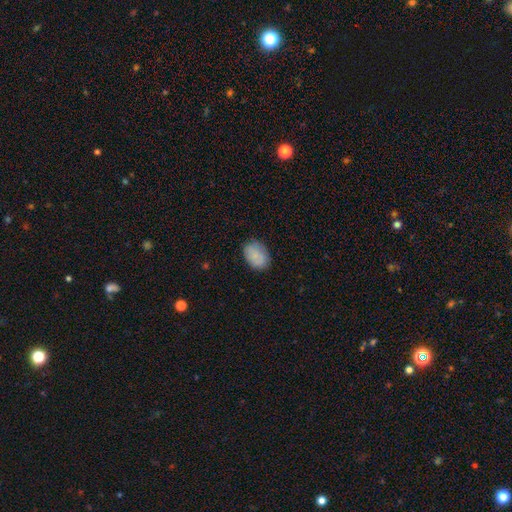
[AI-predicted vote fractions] smooth-or-featured: smooth: 83% | featured or disk: 9% | star or artifact: 8%
  how-rounded: in between: 78% | round: 21% | cigar-shaped: 1%
  merging: none: 80% | minor disturbance: 16% | major disturbance: 3% | merger: 1%